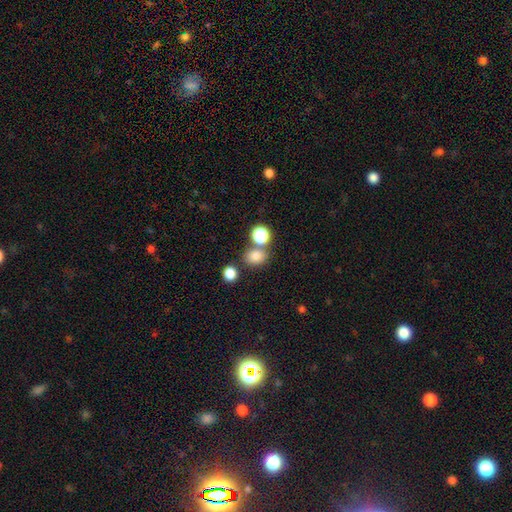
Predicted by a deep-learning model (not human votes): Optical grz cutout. It shows a smooth galaxy with no disk features (78%) that is round (56%). Merging: none (66%).